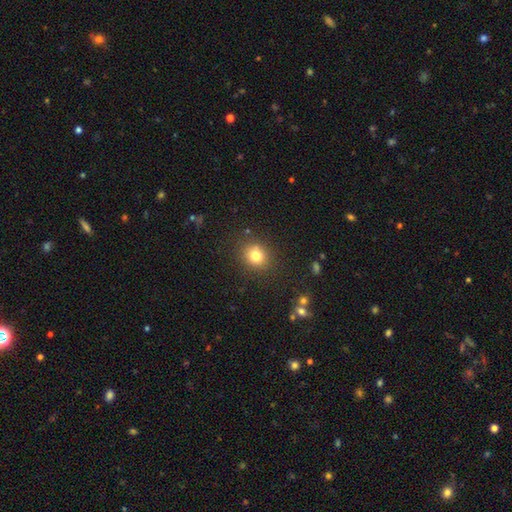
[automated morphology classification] The model was most divided on "how rounded": round: 77%, in between: 22%, cigar-shaped: 1%. More confident: merging — none (85%); smooth or featured — smooth (78%).